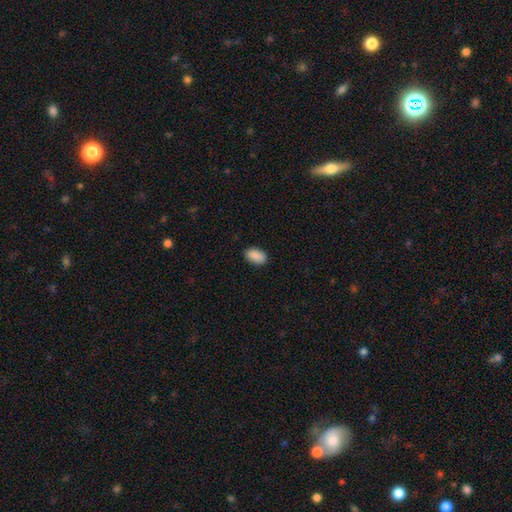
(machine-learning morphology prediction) Smooth or featured? smooth (90%)
How rounded? in between (93%)
Merging? none (88%)